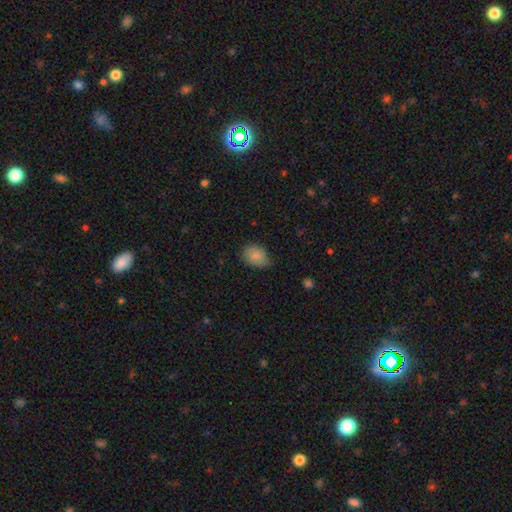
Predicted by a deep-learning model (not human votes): Smooth or featured?
  - smooth: 84% *
  - featured or disk: 8%
  - star or artifact: 8%
How rounded?
  - in between: 63% *
  - round: 36%
  - cigar-shaped: 1%
Merging?
  - none: 59% *
  - minor disturbance: 34%
  - major disturbance: 6%
  - merger: 1%